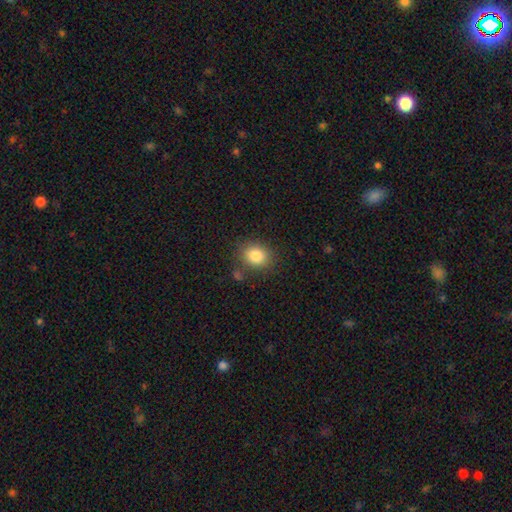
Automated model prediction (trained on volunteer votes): smooth-or-featured: smooth: 84% | star or artifact: 9% | featured or disk: 7%
  how-rounded: round: 55% | in between: 44% | cigar-shaped: 1%
  merging: none: 78% | minor disturbance: 13% | merger: 5% | major disturbance: 4%